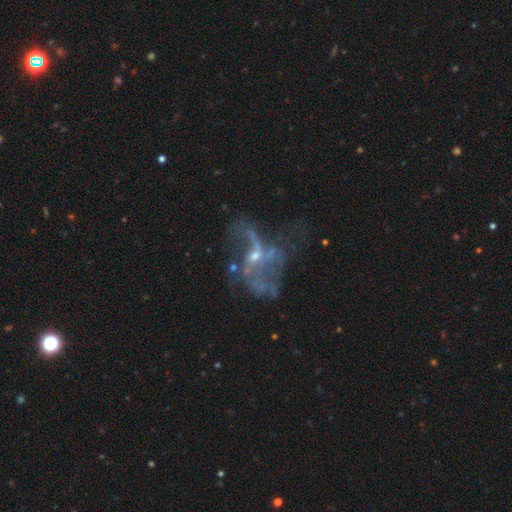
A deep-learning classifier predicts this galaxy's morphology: Smooth or featured?
  - featured or disk: 77% *
  - star or artifact: 14%
  - smooth: 10%
Edge-on disk?
  - no: 96% *
  - yes: 4%
Bar?
  - no: 61% *
  - weak: 29%
  - strong: 10%
Spiral arms?
  - yes: 65% *
  - no: 35%
Bulge size?
  - small: 59% *
  - moderate: 27%
  - none: 11%
  - large: 2%
  - dominant: 1%
Merging?
  - major disturbance: 39% *
  - none: 35%
  - minor disturbance: 15%
  - merger: 12%